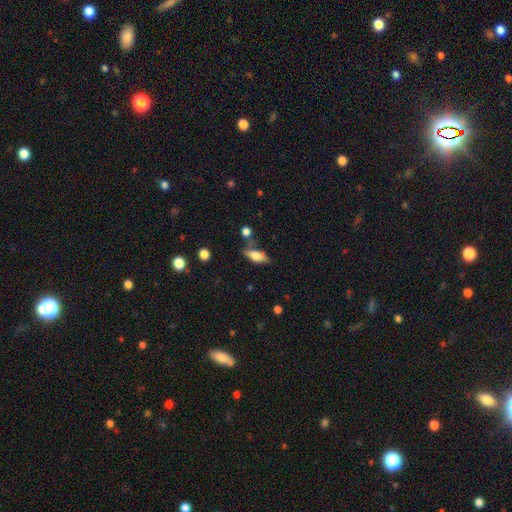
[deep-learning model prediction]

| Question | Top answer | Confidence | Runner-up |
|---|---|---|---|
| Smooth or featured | smooth | 64% | featured or disk (28%) |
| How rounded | in between | 74% | cigar-shaped (23%) |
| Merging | none | 62% | minor disturbance (21%) |